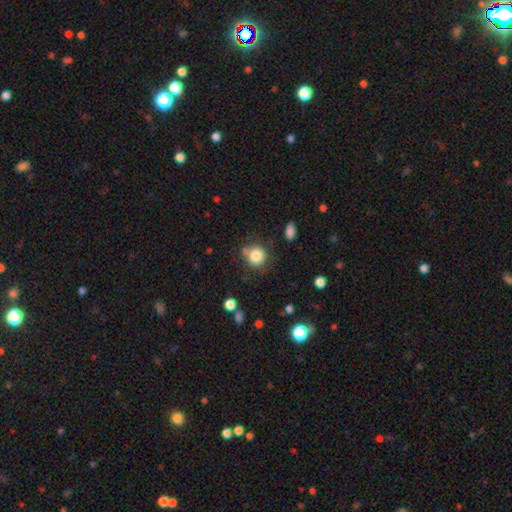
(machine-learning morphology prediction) Smooth or featured: smooth — 84% (star or artifact — 10%)
How rounded: round — 87% (in between — 12%)
Merging: none — 71% (minor disturbance — 15%)